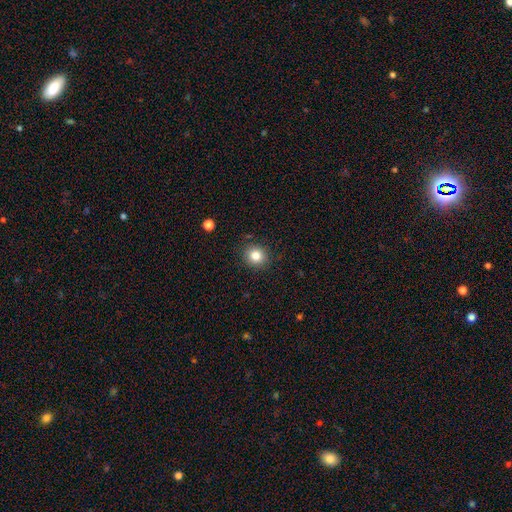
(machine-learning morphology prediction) Smooth or featured? Predicted: smooth (p=0.82). How rounded? Predicted: round (p=0.89). Merging? Predicted: none (p=0.89).